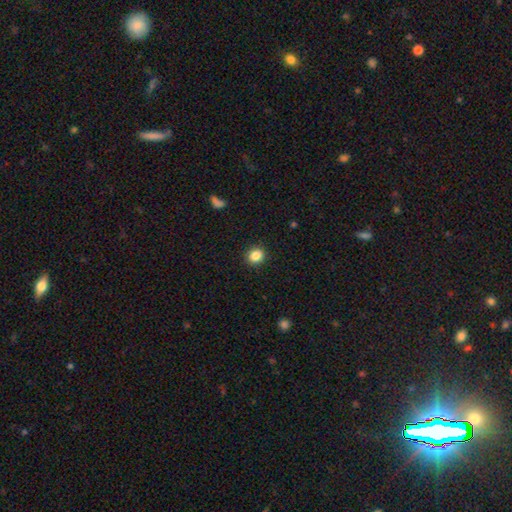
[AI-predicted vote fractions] A smooth galaxy with no disk features (85%) that is round (79%). Merging: none (91%).